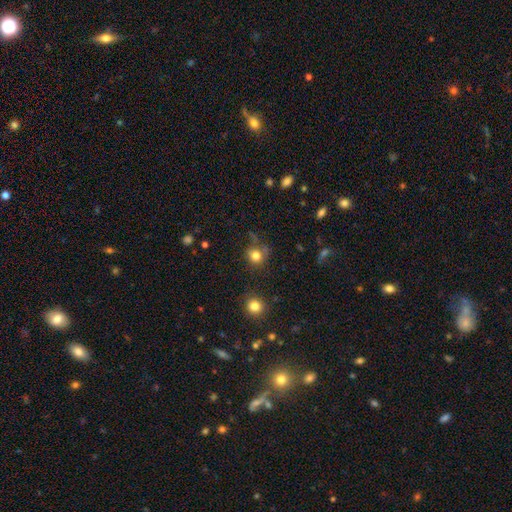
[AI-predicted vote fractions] Q: Smooth or featured?
A: smooth (80%); runner-up: star or artifact (13%)
Q: How rounded?
A: round (88%); runner-up: in between (11%)
Q: Merging?
A: none (70%); runner-up: minor disturbance (17%)